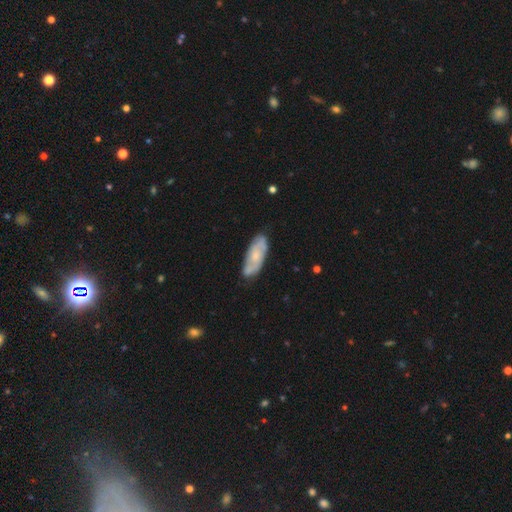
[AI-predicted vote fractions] A featured or disk galaxy (50%).

Vote fractions:
- Smooth or featured? featured or disk: 50% / smooth: 44% / star or artifact: 6%
- Edge-on disk? no: 85% / yes: 15%
- Merging? none: 75% / minor disturbance: 19% / major disturbance: 4% / merger: 2%